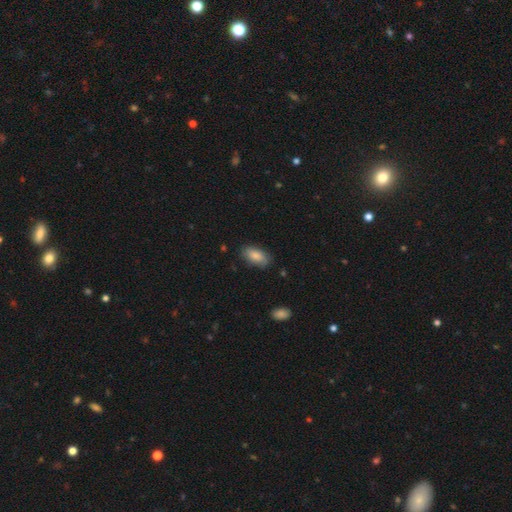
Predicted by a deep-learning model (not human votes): Overall: smooth (84%). How rounded: in between (91%). Merging: none (79%).